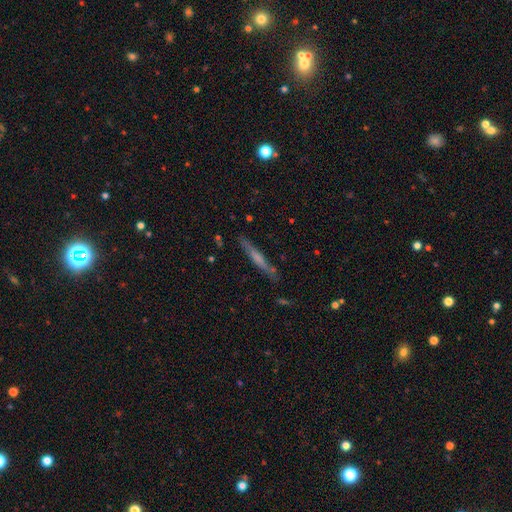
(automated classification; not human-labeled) The model was most divided on "smooth or featured": featured or disk: 54%, smooth: 38%, star or artifact: 8%. More confident: edge-on disk — yes (93%); merging — none (83%); edge-on bulge — none (52%).